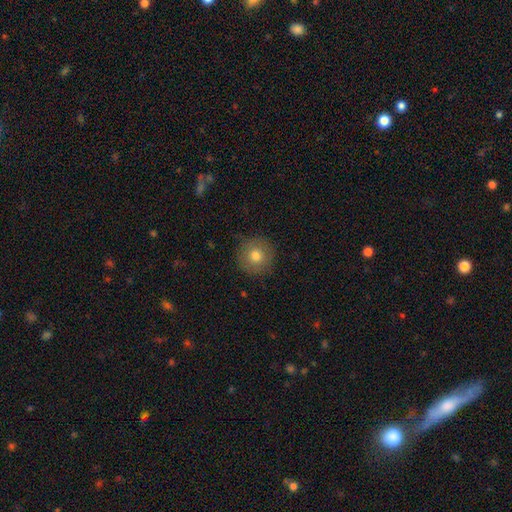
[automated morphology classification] A smooth galaxy with no disk features (77%) that is round (94%).

Vote fractions:
- Smooth or featured? smooth: 77% / featured or disk: 13% / star or artifact: 10%
- How rounded? round: 94% / in between: 5% / cigar-shaped: 1%
- Merging? none: 86% / minor disturbance: 10% / major disturbance: 3% / merger: 1%